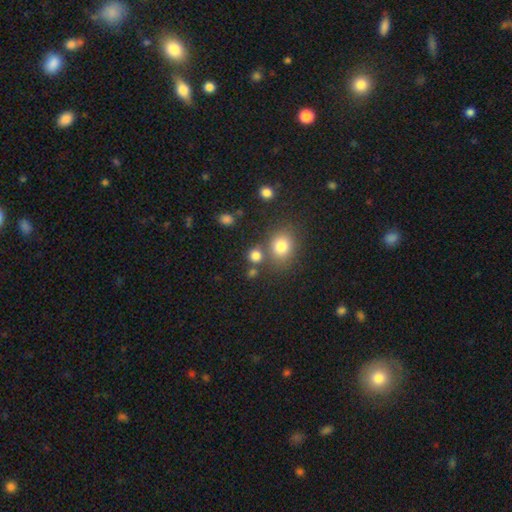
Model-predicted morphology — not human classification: The model was most divided on "merging": none: 67%, merger: 20%, minor disturbance: 9%, major disturbance: 4%. More confident: how rounded — round (81%); smooth or featured — smooth (79%).